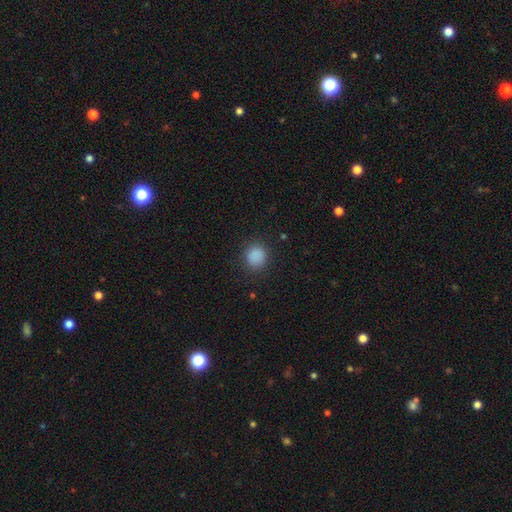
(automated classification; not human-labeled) A smooth galaxy with no disk features (87%) that is round (86%). Merging: none (86%).